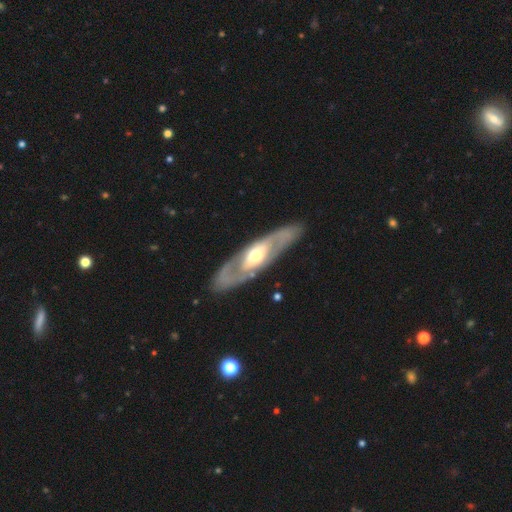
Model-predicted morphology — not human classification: Smooth or featured? featured or disk (72%)
Edge-on disk? no (75%)
Bar? no (67%)
Spiral arms? no (58%)
Bulge size? moderate (65%)
Merging? none (83%)